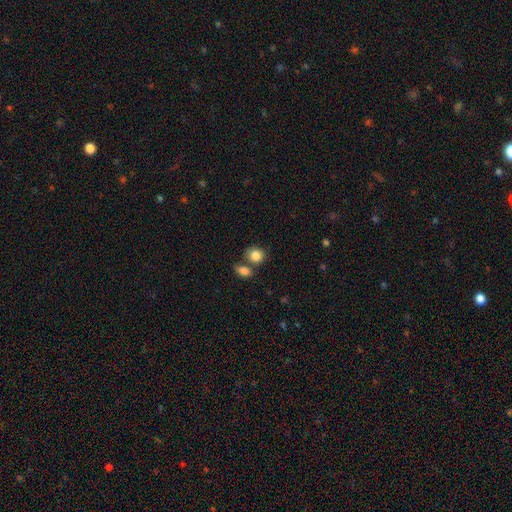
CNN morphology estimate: The model was most divided on "merging": none: 55%, merger: 29%, minor disturbance: 12%, major disturbance: 4%. More confident: smooth or featured — smooth (85%); how rounded — round (68%).